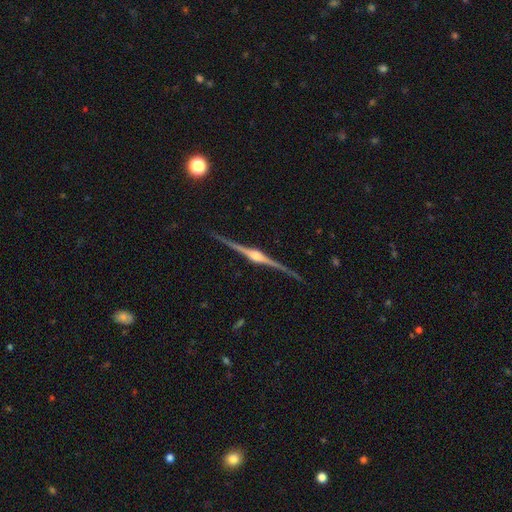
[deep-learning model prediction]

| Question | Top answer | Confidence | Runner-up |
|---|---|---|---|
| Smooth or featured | featured or disk | 91% | star or artifact (4%) |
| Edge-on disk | yes | 99% | no (1%) |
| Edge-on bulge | rounded | 92% | boxy (6%) |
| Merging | none | 90% | minor disturbance (7%) |